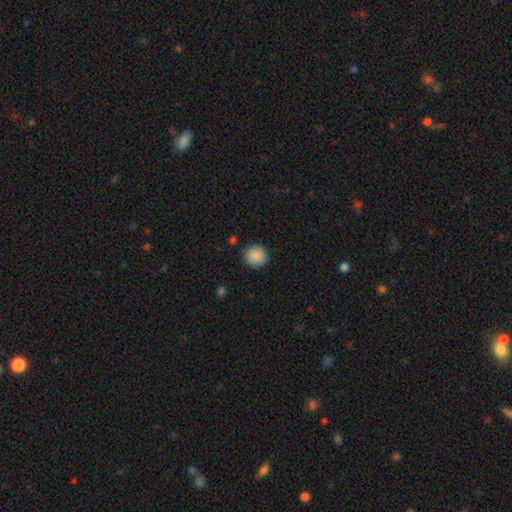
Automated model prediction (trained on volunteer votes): smooth_or_featured: smooth (p=0.89) [alt: star or artifact p=0.08]
how_rounded: round (p=0.90) [alt: in between p=0.09]
merging: none (p=0.89) [alt: minor disturbance p=0.08]